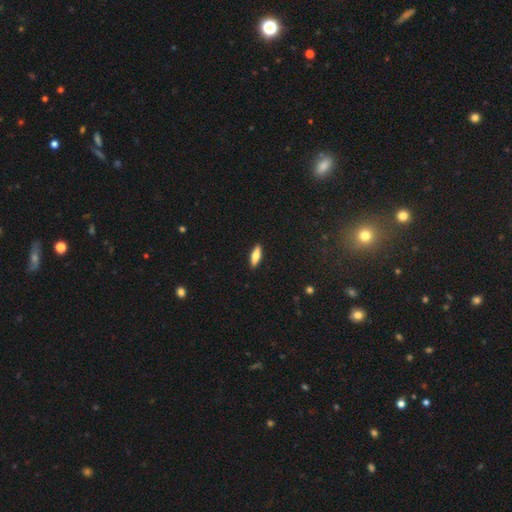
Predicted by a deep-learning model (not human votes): A smooth galaxy with no disk features (75%) that is in between round and cigar-shaped (50%). Merging: none (91%).